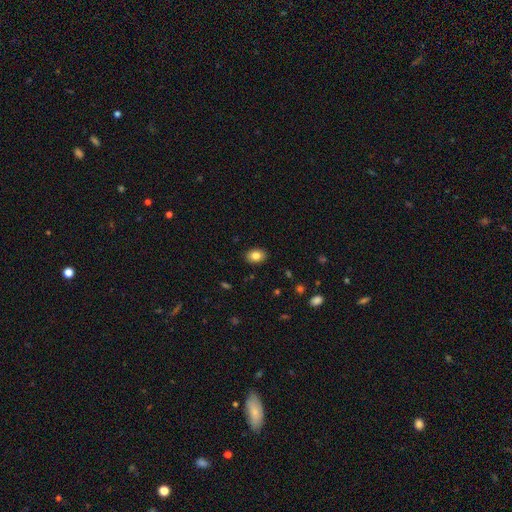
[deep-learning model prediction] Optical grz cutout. It shows a smooth galaxy with no disk features (83%) that is in between round and cigar-shaped (74%). Merging: none (89%).